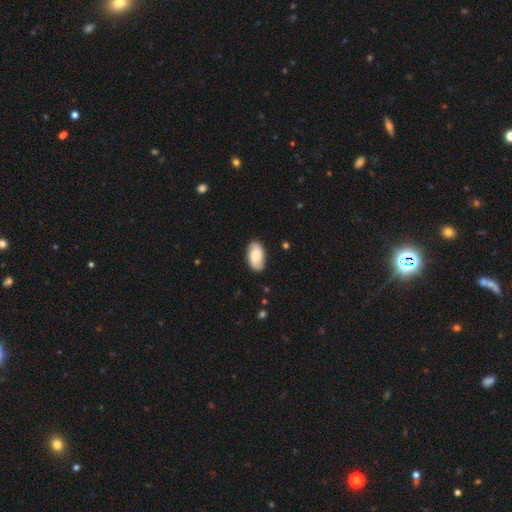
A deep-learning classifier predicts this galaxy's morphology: This appears to be a smooth galaxy with no disk features (59%) that is in between round and cigar-shaped (94%). Merging: none (84%).